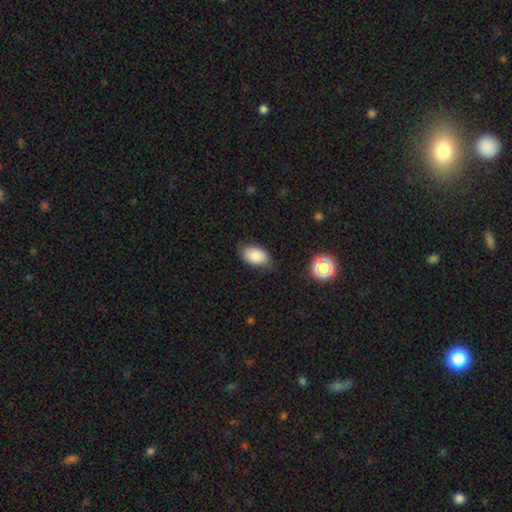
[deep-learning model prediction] Smooth or featured? Predicted: smooth (p=0.83). How rounded? Predicted: in between (p=0.91). Merging? Predicted: none (p=0.76).